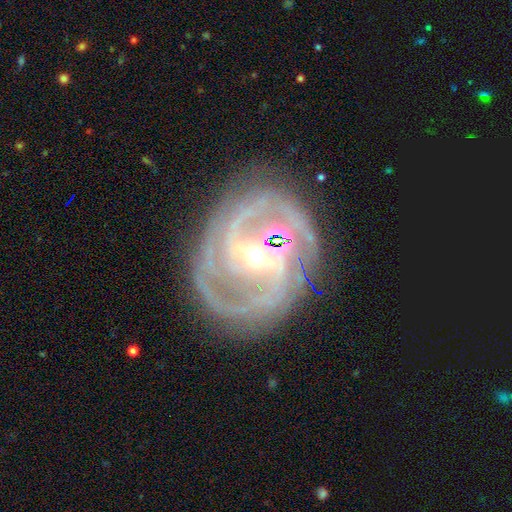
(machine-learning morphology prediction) The model was most divided on "spiral arm count": 2: 34%, 3: 31%, can't tell: 12%, 4: 11%, more than 4: 6%, 1: 5%. Remaining: spiral arms — yes (98%); edge-on disk — no (97%); smooth or featured — featured or disk (91%); merging — none (77%); spiral winding — tight (61%); bulge size — moderate (54%); bar — weak (40%).